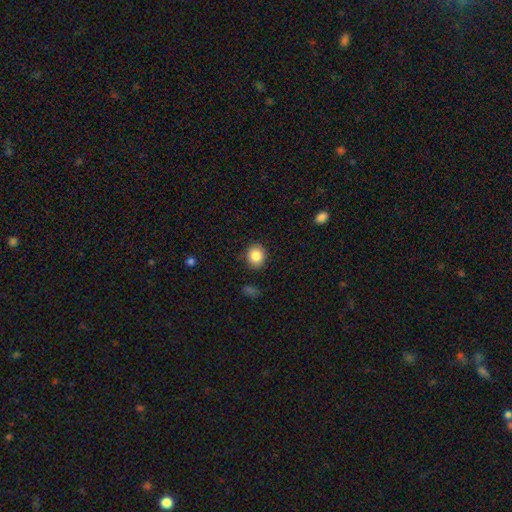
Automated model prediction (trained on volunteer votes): smooth_or_featured: smooth (p=0.86) [alt: star or artifact p=0.09]
how_rounded: round (p=0.81) [alt: in between p=0.18]
merging: none (p=0.88) [alt: minor disturbance p=0.08]